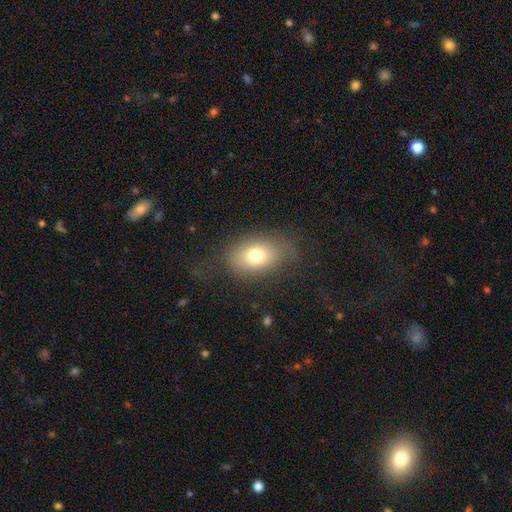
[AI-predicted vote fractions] A smooth galaxy with no disk features (74%) that is in between round and cigar-shaped (80%).

Vote fractions:
- Smooth or featured? smooth: 74% / featured or disk: 15% / star or artifact: 11%
- How rounded? in between: 80% / round: 18% / cigar-shaped: 1%
- Merging? none: 72% / minor disturbance: 17% / major disturbance: 10% / merger: 1%